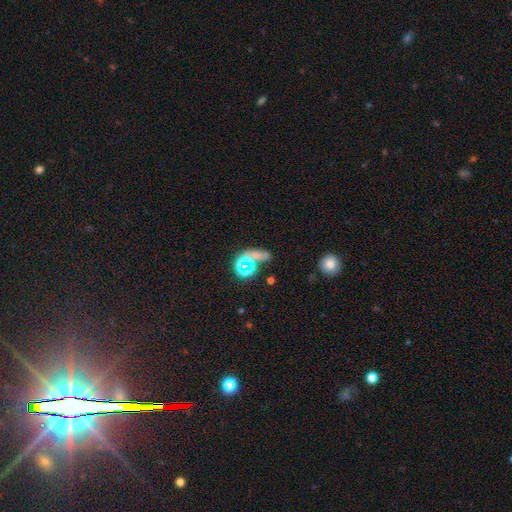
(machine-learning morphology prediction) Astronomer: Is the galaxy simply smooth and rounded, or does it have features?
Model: star or artifact — 45% (runner-up: smooth, 39%).